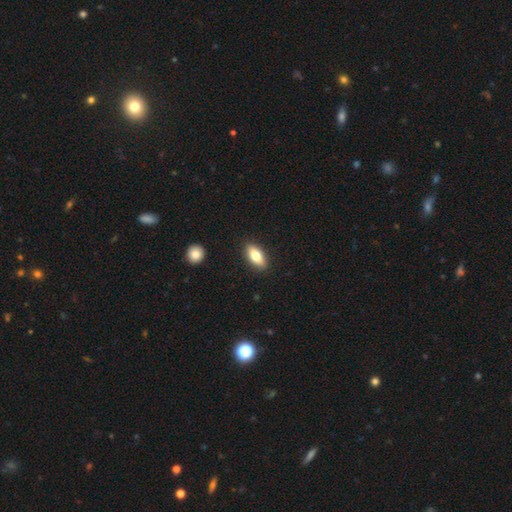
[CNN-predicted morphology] This is likely a smooth galaxy (76%). How rounded: clearly in between (86%). Merging: clearly none (88%).